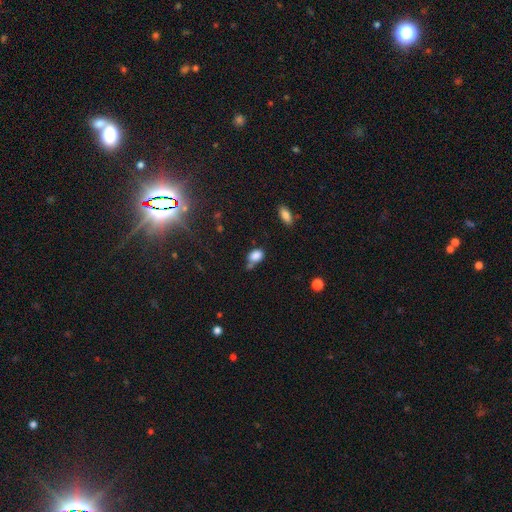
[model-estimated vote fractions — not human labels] Overall: smooth (83%). How rounded: in between (74%). Merging: none (46%; minor disturbance 24%).